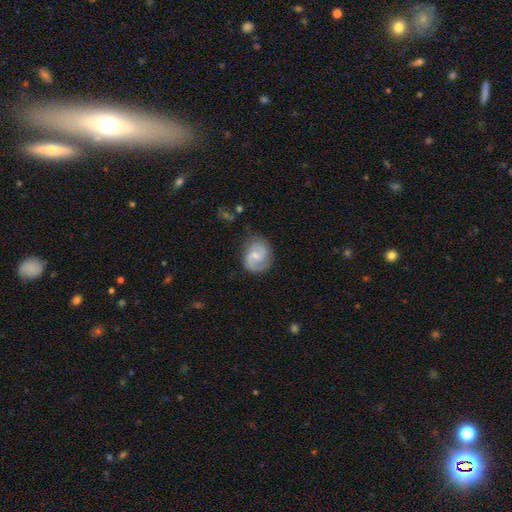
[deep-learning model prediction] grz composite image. It shows a featured or disk galaxy (75%) with a weak bar (50%), 2 (86%) medium (50%) spiral arms (94%) and a small central bulge (54%). Merging: none (73%).